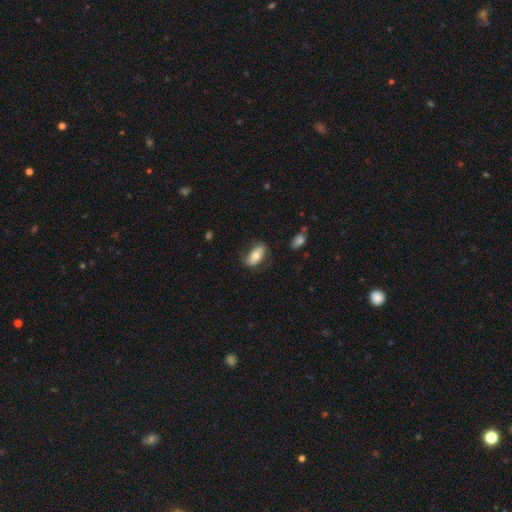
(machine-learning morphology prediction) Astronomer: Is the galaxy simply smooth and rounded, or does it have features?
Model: smooth — 63%.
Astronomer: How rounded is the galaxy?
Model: in between — 87%.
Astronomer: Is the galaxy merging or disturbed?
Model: none — 68%.